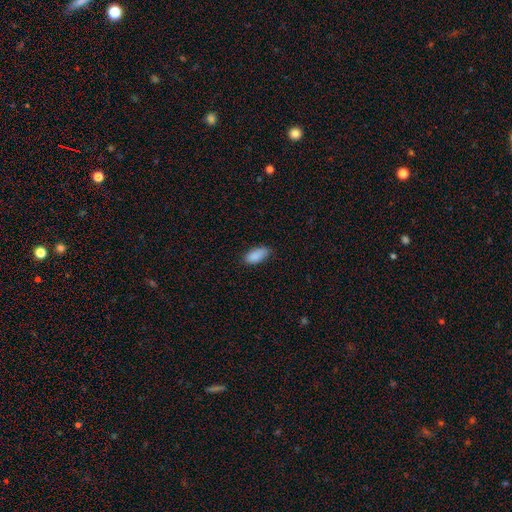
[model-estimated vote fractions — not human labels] Overall: smooth (89%). How rounded: in between (89%). Merging: none (75%).